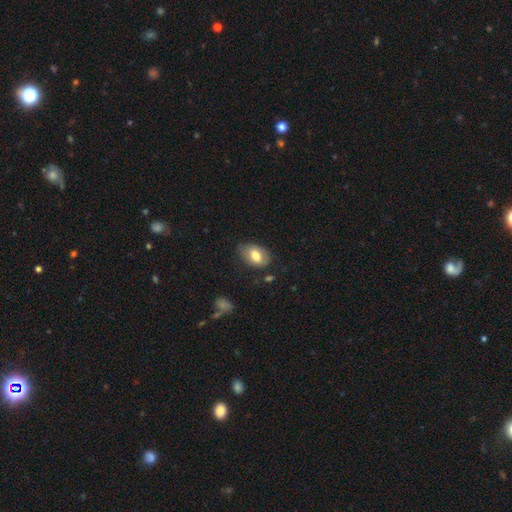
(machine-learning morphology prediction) type=smooth (74%); roundness=in between (90%); merging=none (70%).